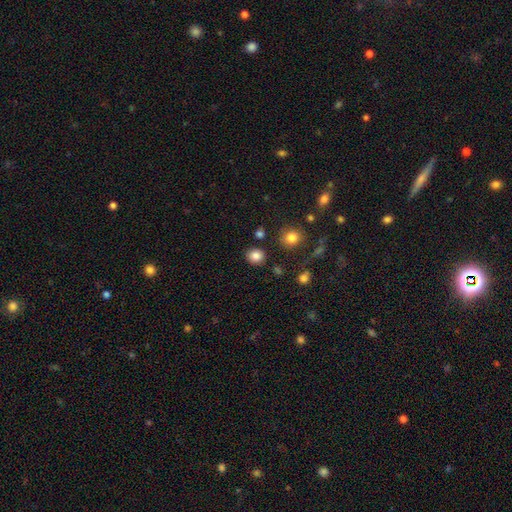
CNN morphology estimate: A smooth galaxy with no disk features (84%) that is round (77%).

Vote fractions:
- Smooth or featured? smooth: 84% / star or artifact: 11% / featured or disk: 5%
- How rounded? round: 77% / in between: 22% / cigar-shaped: 1%
- Merging? none: 87% / minor disturbance: 7% / merger: 3% / major disturbance: 3%